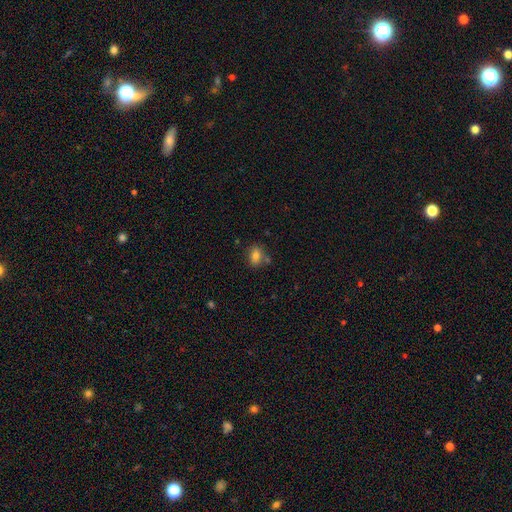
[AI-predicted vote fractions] This is clearly a smooth galaxy (80%). How rounded: likely in between (71%). Merging: likely none (69%).